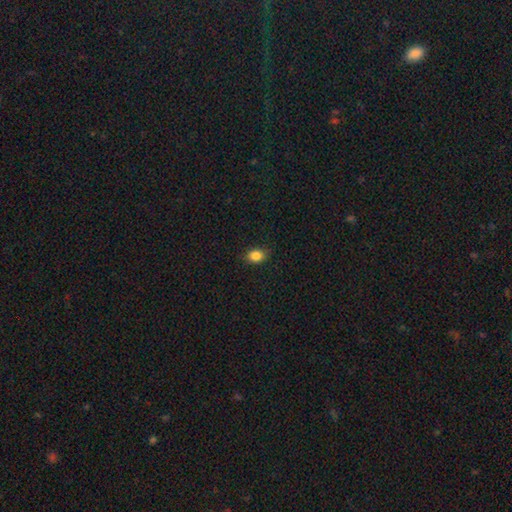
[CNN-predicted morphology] smooth_or_featured: smooth (p=0.86) [alt: star or artifact p=0.10]
how_rounded: in between (p=0.70) [alt: round p=0.29]
merging: none (p=0.87) [alt: minor disturbance p=0.10]